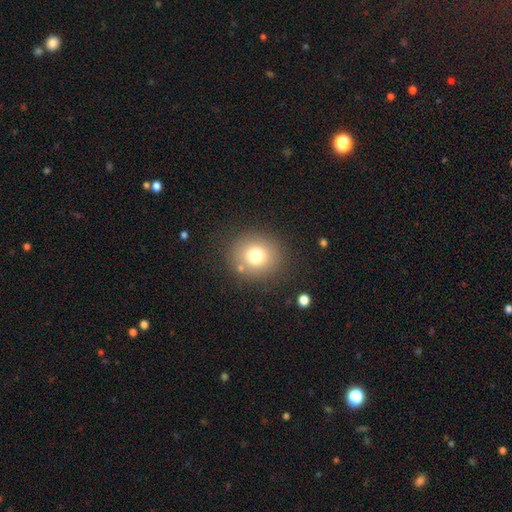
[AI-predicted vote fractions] A smooth galaxy with no disk features (75%) that is round (87%). Merging: none (84%).